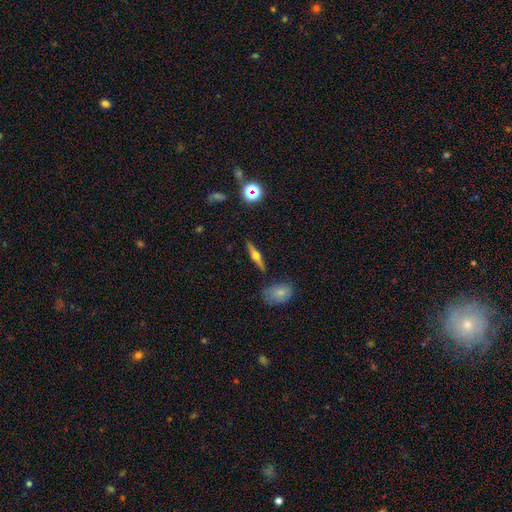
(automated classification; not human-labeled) smooth-or-featured: featured or disk: 68% | smooth: 24% | star or artifact: 8%
  disk-edge-on: yes: 96% | no: 4%
    edge-on-bulge: rounded: 95% | boxy: 4% | none: 2%
  merging: none: 87% | minor disturbance: 8% | merger: 3% | major disturbance: 2%